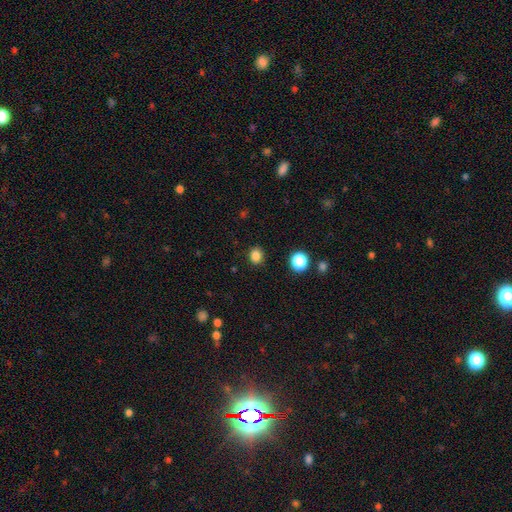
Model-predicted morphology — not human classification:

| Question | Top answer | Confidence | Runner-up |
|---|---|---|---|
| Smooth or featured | smooth | 84% | star or artifact (13%) |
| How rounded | round | 68% | in between (32%) |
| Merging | none | 89% | minor disturbance (7%) |